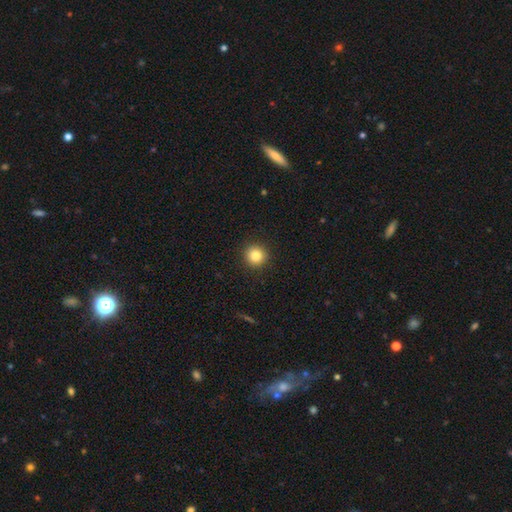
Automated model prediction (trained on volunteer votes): Morphology: type=smooth (83%); roundness=round (94%); merging=none (92%).